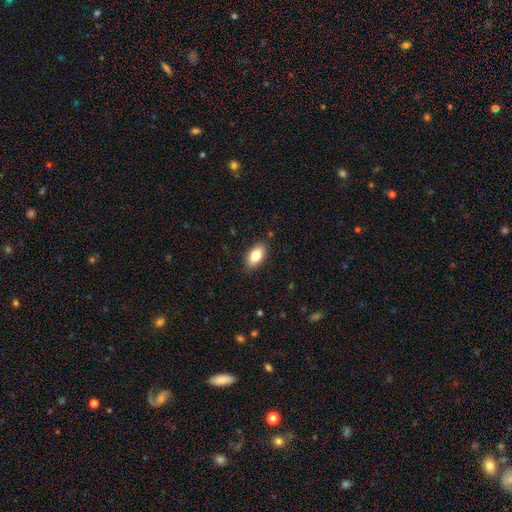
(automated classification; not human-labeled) Smooth or featured: smooth — 82% (featured or disk — 11%)
How rounded: in between — 91% (round — 5%)
Merging: none — 86% (minor disturbance — 10%)